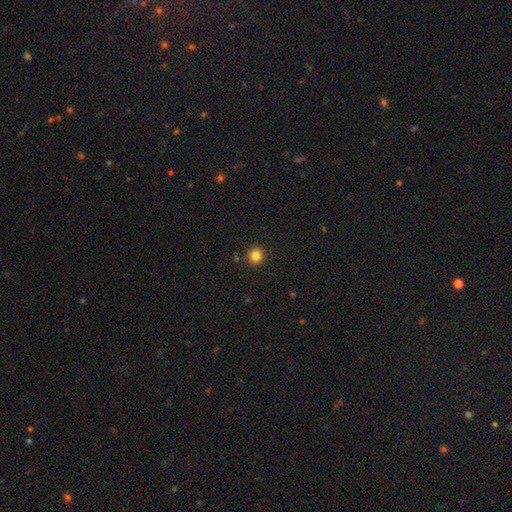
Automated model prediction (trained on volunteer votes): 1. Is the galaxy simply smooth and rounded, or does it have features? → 84% smooth, 12% star or artifact, 4% featured or disk.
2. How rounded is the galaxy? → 94% round, 5% in between, 1% cigar-shaped.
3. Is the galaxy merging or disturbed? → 90% none, 6% minor disturbance, 2% merger, 2% major disturbance.